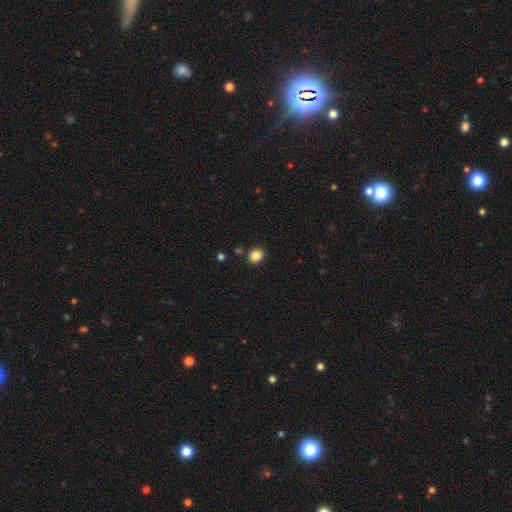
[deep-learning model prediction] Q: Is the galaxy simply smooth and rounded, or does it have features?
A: smooth — 85%.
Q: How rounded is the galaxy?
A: round — 56%.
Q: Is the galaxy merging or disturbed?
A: none — 85%.